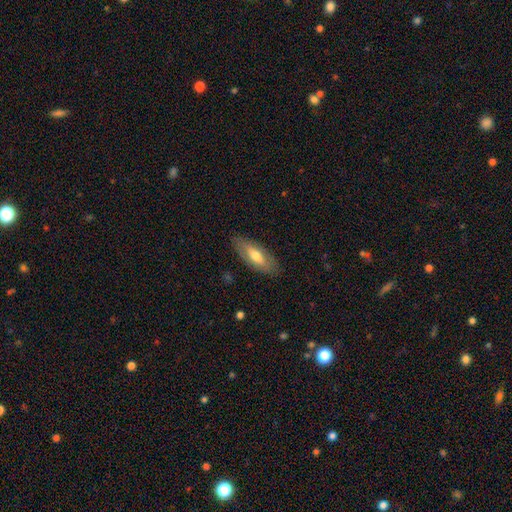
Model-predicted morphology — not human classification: smooth 59%, featured or disk 35%, star or artifact 6%. Down the decision tree: how rounded — in between (72%); merging — none (85%).